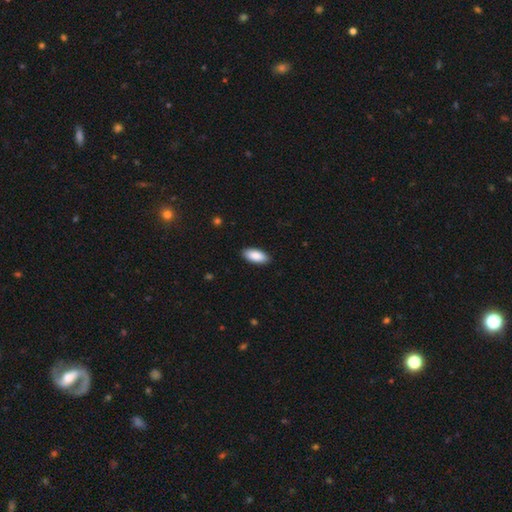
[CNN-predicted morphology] Smooth or featured? smooth (90%)
How rounded? in between (90%)
Merging? none (90%)